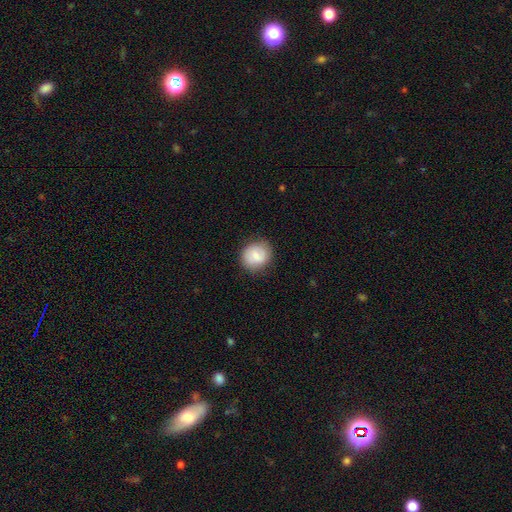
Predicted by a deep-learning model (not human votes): Smooth or featured? Predicted: smooth (p=0.76). How rounded? Predicted: round (p=0.82). Merging? Predicted: none (p=0.84).